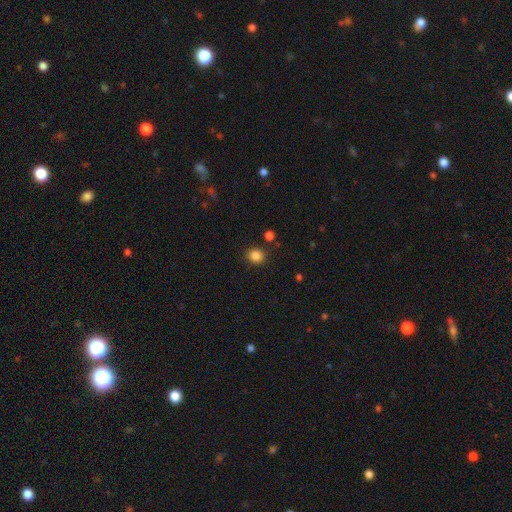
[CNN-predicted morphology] This is clearly a smooth galaxy (85%). How rounded: likely round (78%). Merging: clearly none (85%).